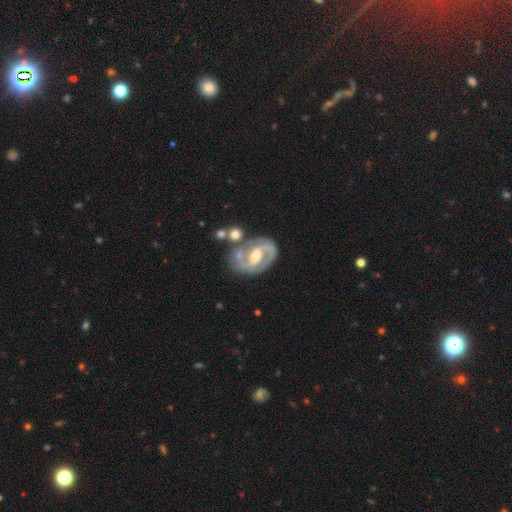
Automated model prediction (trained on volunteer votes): A featured or disk galaxy (87%) with a weak bar (41%), 2 (83%) tight (47%) spiral arms (92%) and a moderate central bulge (66%). Merging: none (63%).